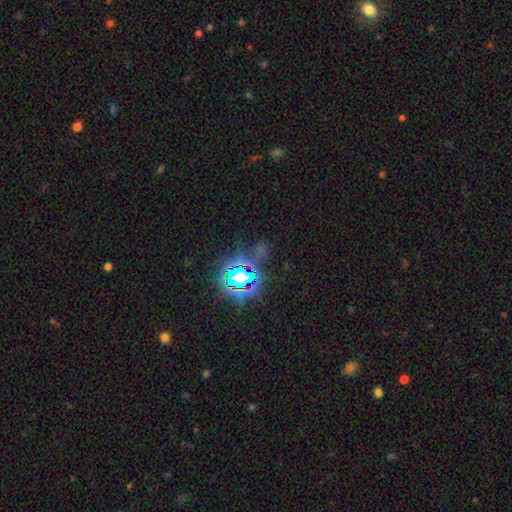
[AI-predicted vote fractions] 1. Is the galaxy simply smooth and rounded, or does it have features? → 81% star or artifact, 11% smooth, 8% featured or disk.